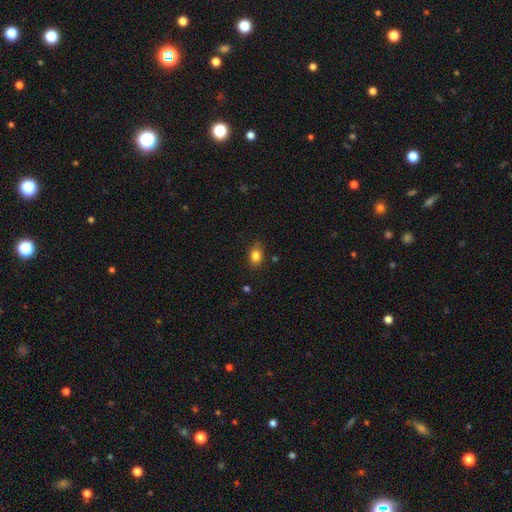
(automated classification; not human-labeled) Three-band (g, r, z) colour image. It shows a smooth galaxy with no disk features (83%) that is in between round and cigar-shaped (74%). Merging: none (83%).